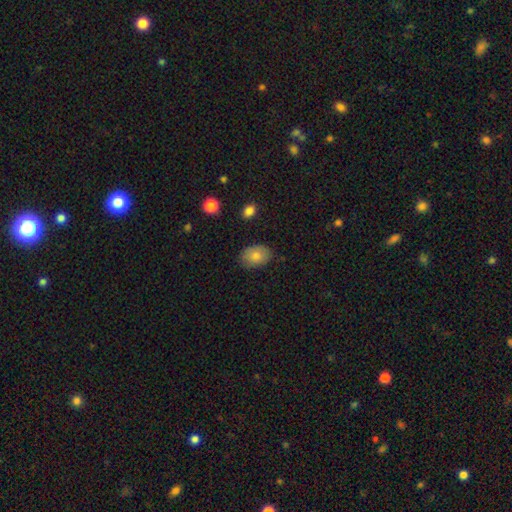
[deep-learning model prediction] This is likely a smooth galaxy (80%). How rounded: clearly in between (80%). Merging: clearly none (82%).